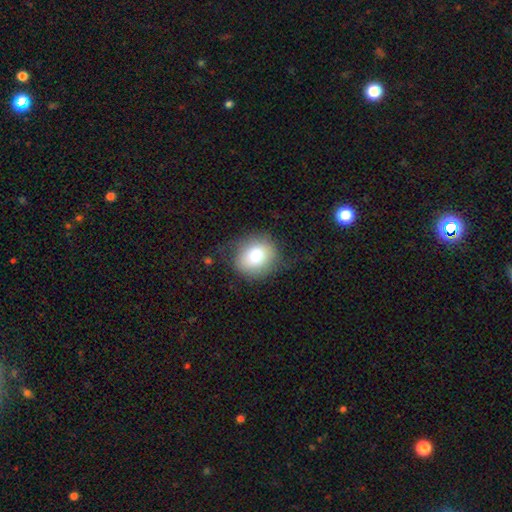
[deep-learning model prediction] A smooth galaxy with no disk features (74%) that is round (70%).

Vote fractions:
- Smooth or featured? smooth: 74% / featured or disk: 17% / star or artifact: 9%
- How rounded? round: 70% / in between: 29% / cigar-shaped: 1%
- Merging? none: 65% / minor disturbance: 22% / major disturbance: 11% / merger: 1%